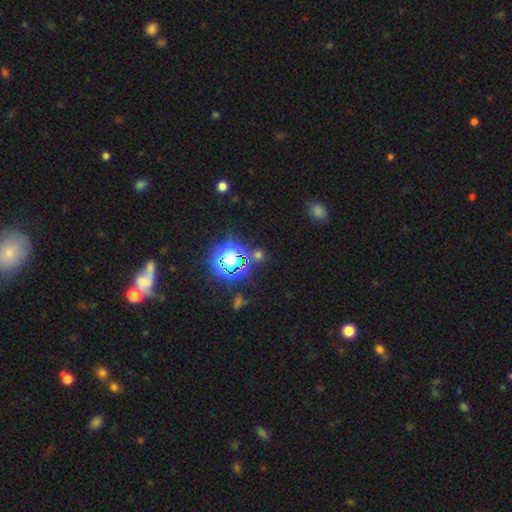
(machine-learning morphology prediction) star or artifact 68%, smooth 22%, featured or disk 10%.